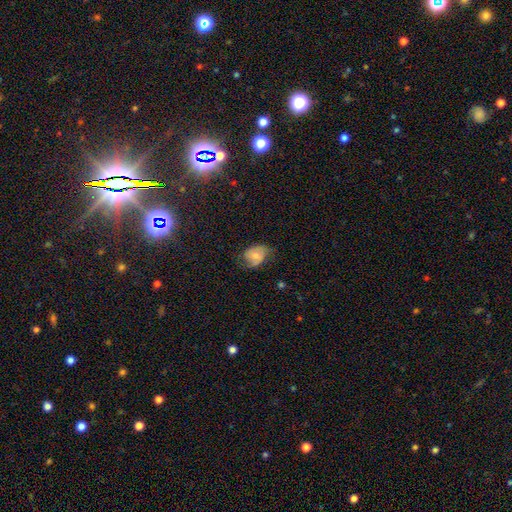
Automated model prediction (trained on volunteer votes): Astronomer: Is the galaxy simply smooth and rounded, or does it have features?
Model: smooth — 56% (runner-up: featured or disk, 35%).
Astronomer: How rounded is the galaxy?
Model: in between — 67%.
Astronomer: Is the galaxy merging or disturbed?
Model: none — 53% (runner-up: minor disturbance, 32%).